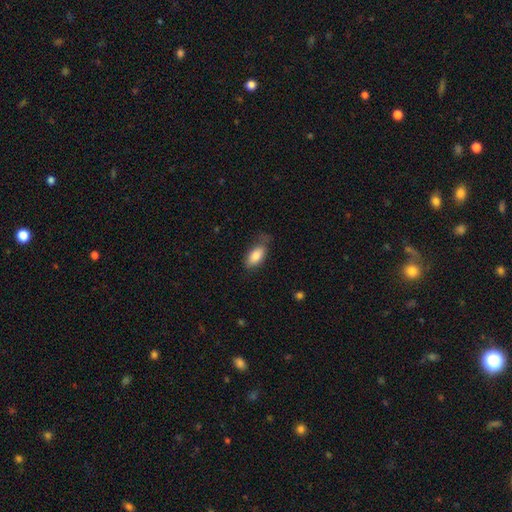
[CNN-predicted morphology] Smooth or featured? smooth (83%)
How rounded? in between (90%)
Merging? none (61%)